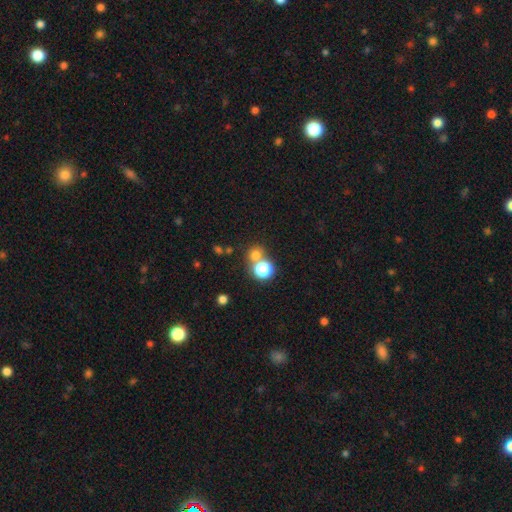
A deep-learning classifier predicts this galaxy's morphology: The model was most divided on "merging": none: 60%, merger: 30%, minor disturbance: 7%, major disturbance: 3%. More confident: how rounded — round (88%); smooth or featured — smooth (69%).